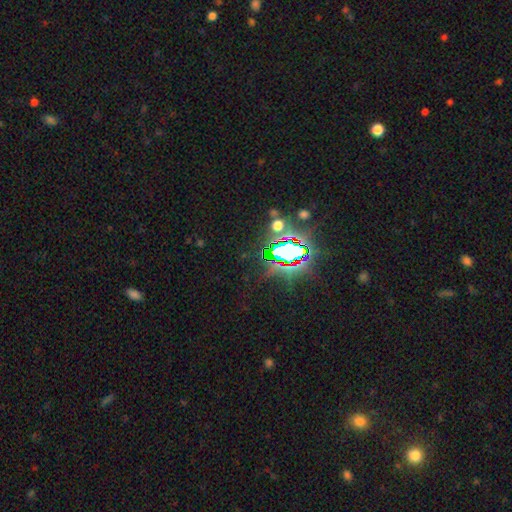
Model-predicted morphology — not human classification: Smooth or featured: star or artifact — 81% (smooth — 10%)